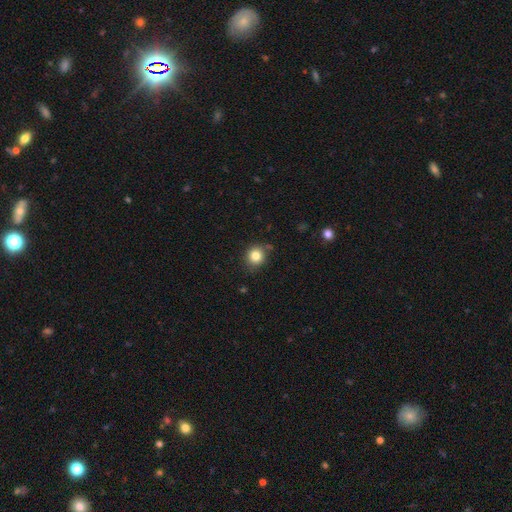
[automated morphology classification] The model was most divided on "smooth or featured": smooth: 83%, star or artifact: 11%, featured or disk: 6%. More confident: how rounded — round (86%); merging — none (83%).